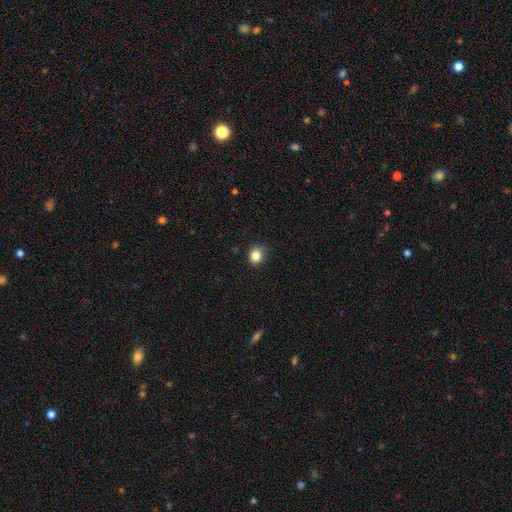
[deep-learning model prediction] Smooth or featured?
  - smooth: 83% *
  - star or artifact: 12%
  - featured or disk: 5%
How rounded?
  - round: 74% *
  - in between: 26%
  - cigar-shaped: 1%
Merging?
  - none: 75% *
  - minor disturbance: 19%
  - major disturbance: 4%
  - merger: 1%